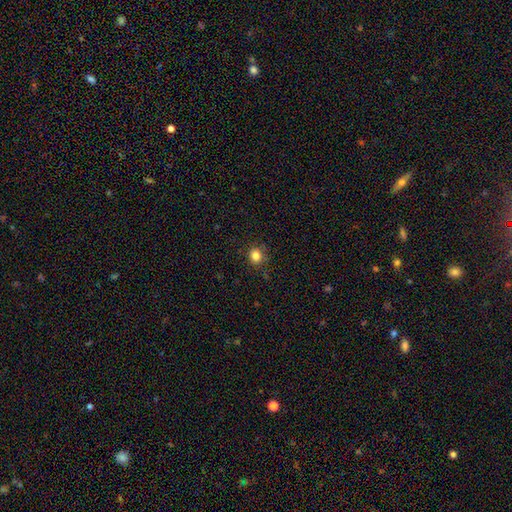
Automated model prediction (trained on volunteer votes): smooth 83%, star or artifact 12%, featured or disk 4%. Down the decision tree: how rounded — round (85%); merging — none (85%).